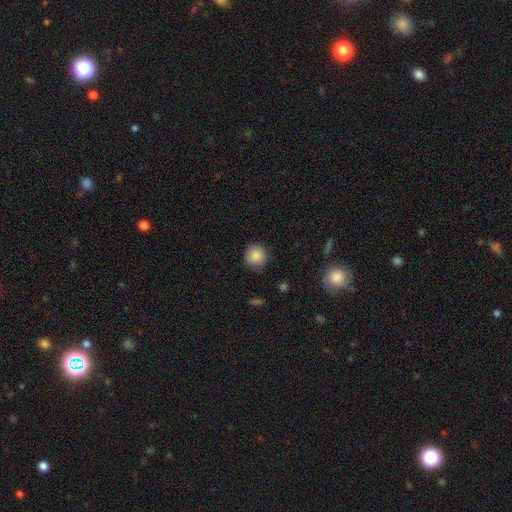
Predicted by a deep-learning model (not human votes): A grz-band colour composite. It shows a smooth galaxy with no disk features (87%) that is round (94%). Merging: none (85%).